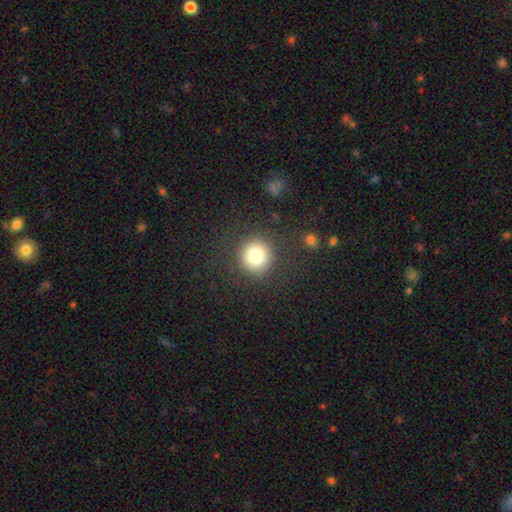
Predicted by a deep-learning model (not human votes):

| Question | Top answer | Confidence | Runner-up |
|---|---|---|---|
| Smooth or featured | smooth | 79% | star or artifact (12%) |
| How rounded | round | 94% | in between (5%) |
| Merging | none | 88% | minor disturbance (7%) |